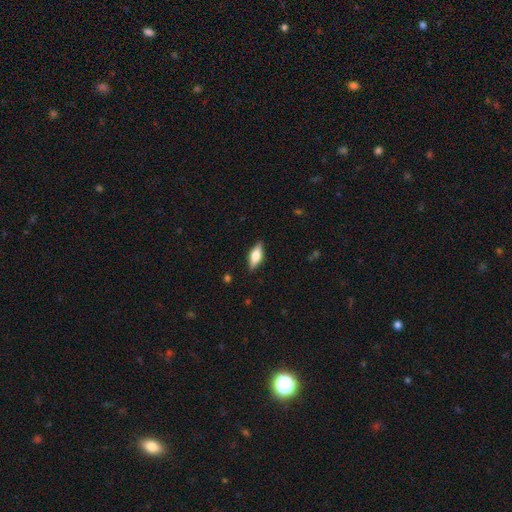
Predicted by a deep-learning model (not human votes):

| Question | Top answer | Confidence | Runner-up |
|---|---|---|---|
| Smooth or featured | smooth | 51% | featured or disk (42%) |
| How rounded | in between | 68% | cigar-shaped (29%) |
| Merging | none | 86% | minor disturbance (11%) |